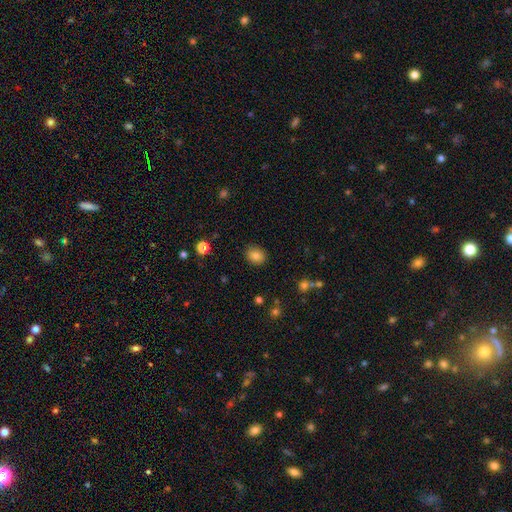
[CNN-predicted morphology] A smooth galaxy with no disk features (84%) that is round (54%). Merging: none (87%).